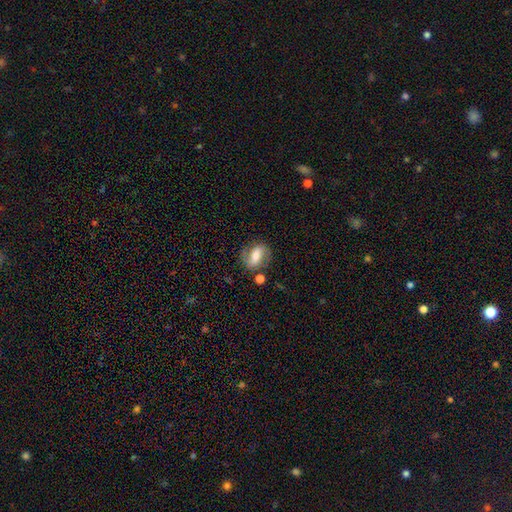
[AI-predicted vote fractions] A featured or disk galaxy (51%). Merging: none (71%).